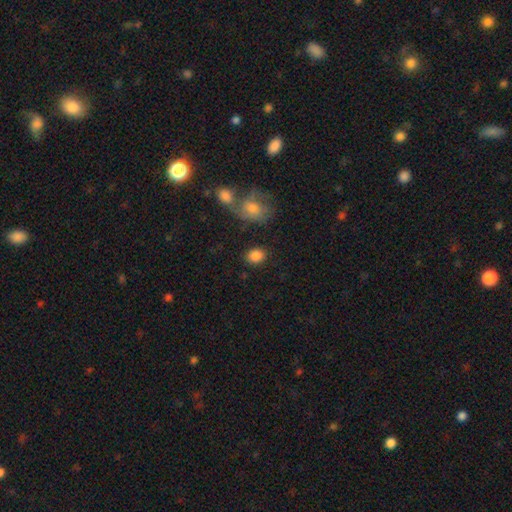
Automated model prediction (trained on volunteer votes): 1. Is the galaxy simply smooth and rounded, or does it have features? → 86% smooth, 8% star or artifact, 6% featured or disk.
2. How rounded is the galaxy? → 50% in between, 49% round, 1% cigar-shaped.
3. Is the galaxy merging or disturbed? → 81% none, 9% minor disturbance, 6% merger, 4% major disturbance.